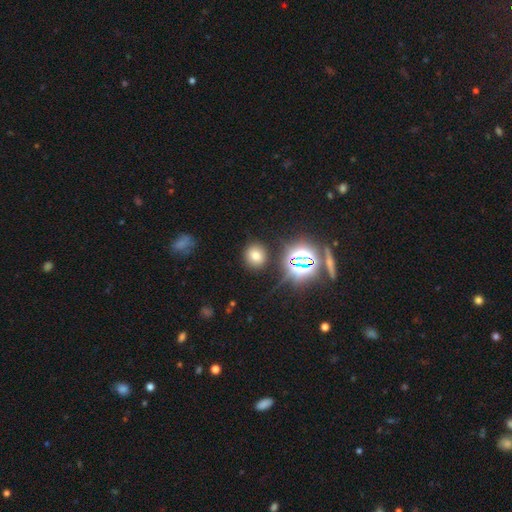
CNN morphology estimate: smooth 65%, star or artifact 25%, featured or disk 10%. Down the decision tree: how rounded — round (80%); merging — none (86%).